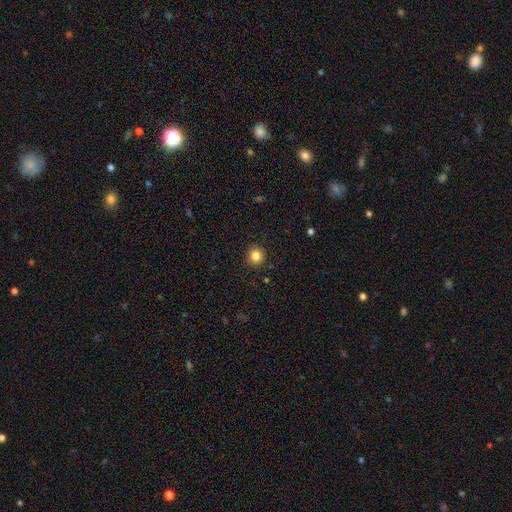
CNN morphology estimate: The model was most divided on "smooth or featured": smooth: 84%, star or artifact: 11%, featured or disk: 5%. More confident: how rounded — round (91%); merging — none (90%).